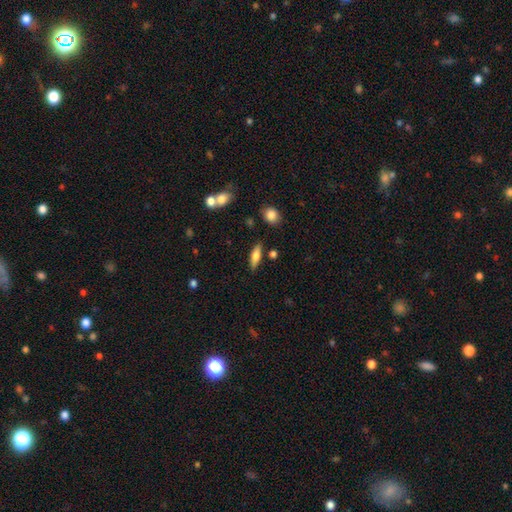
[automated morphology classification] A smooth galaxy with no disk features (68%) that is in between round and cigar-shaped (53%).

Vote fractions:
- Smooth or featured? smooth: 68% / featured or disk: 25% / star or artifact: 8%
- How rounded? in between: 53% / cigar-shaped: 44% / round: 3%
- Merging? none: 81% / minor disturbance: 11% / merger: 5% / major disturbance: 3%